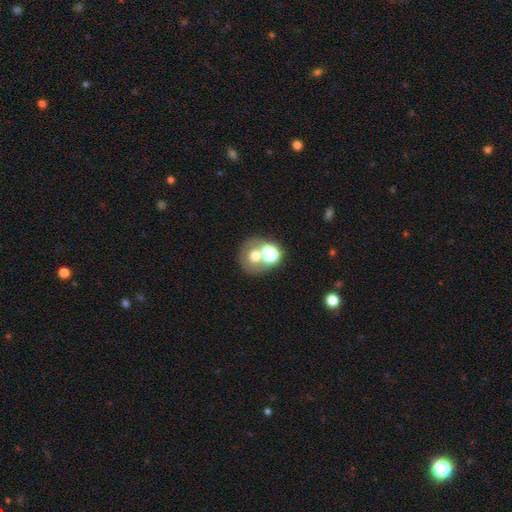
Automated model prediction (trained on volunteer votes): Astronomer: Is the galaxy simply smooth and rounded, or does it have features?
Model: smooth — 59%.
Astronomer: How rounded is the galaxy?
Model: round — 73%.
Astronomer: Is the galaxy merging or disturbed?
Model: none — 47% (runner-up: merger, 39%).